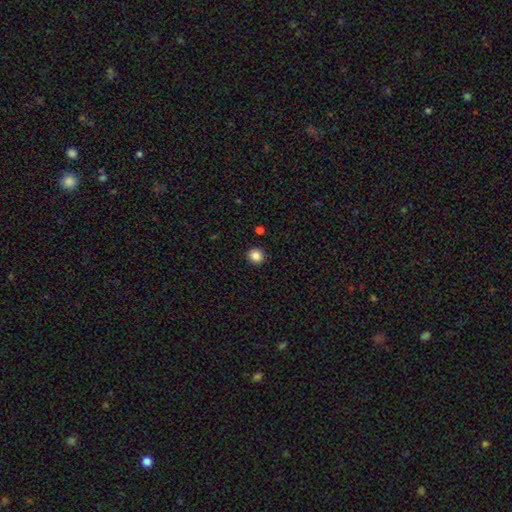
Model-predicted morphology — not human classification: Smooth or featured? Predicted: smooth (p=0.86). How rounded? Predicted: round (p=0.90). Merging? Predicted: none (p=0.92).